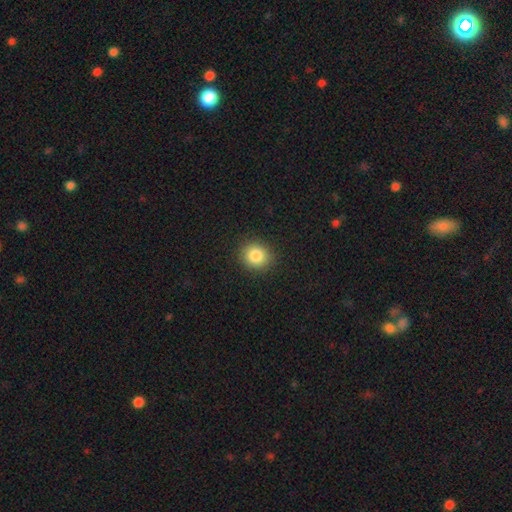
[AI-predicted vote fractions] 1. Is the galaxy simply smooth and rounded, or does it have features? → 85% smooth, 10% star or artifact, 5% featured or disk.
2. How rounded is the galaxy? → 82% round, 17% in between, 1% cigar-shaped.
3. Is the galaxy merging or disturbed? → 91% none, 6% minor disturbance, 2% major disturbance, 1% merger.